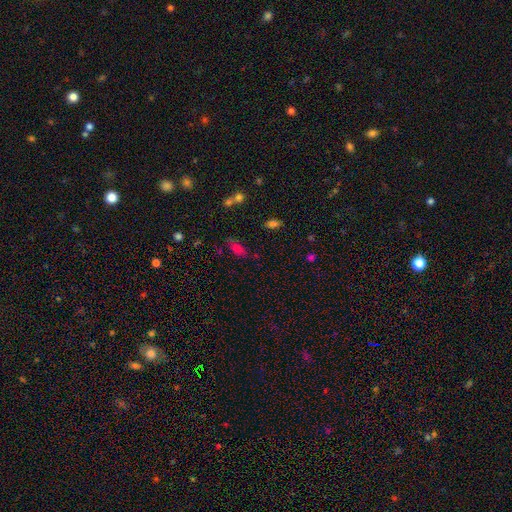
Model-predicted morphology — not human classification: A smooth galaxy with no disk features (65%) that is in between round and cigar-shaped (75%).

Vote fractions:
- Smooth or featured? smooth: 65% / star or artifact: 24% / featured or disk: 11%
- How rounded? in between: 75% / cigar-shaped: 15% / round: 10%
- Merging? none: 66% / minor disturbance: 18% / merger: 9% / major disturbance: 7%